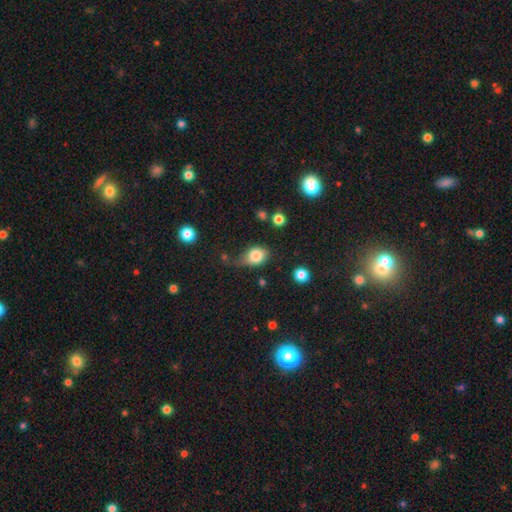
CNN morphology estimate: Overall: smooth (81%). How rounded: in between (58%; round 41%). Merging: none (43%; minor disturbance 36%).